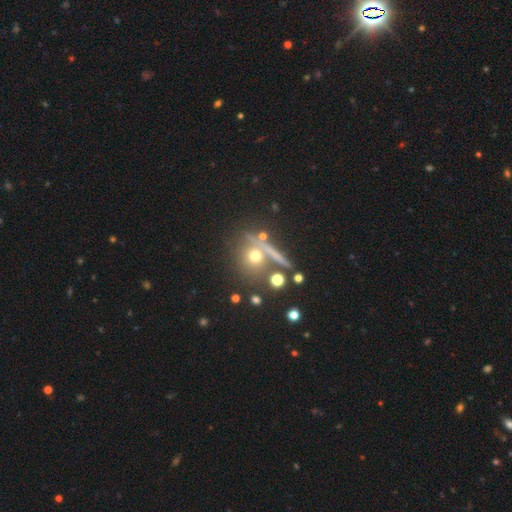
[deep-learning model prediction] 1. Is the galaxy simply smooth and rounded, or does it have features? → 56% smooth, 22% star or artifact, 22% featured or disk.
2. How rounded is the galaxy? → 86% round, 10% in between, 3% cigar-shaped.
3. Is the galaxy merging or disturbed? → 65% none, 17% merger, 11% minor disturbance, 7% major disturbance.